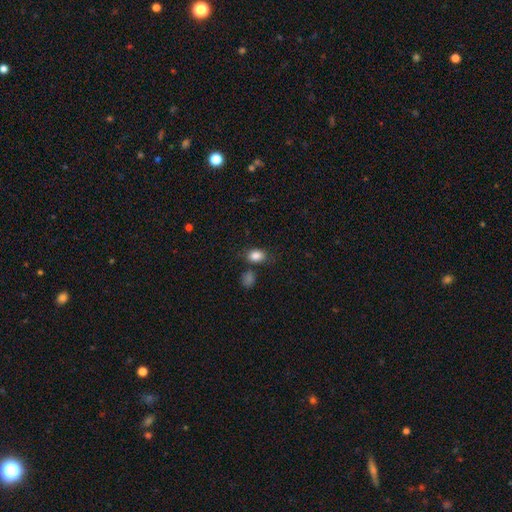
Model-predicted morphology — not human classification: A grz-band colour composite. It shows a smooth galaxy with no disk features (85%) that is in between round and cigar-shaped (69%). Merging: none (69%).